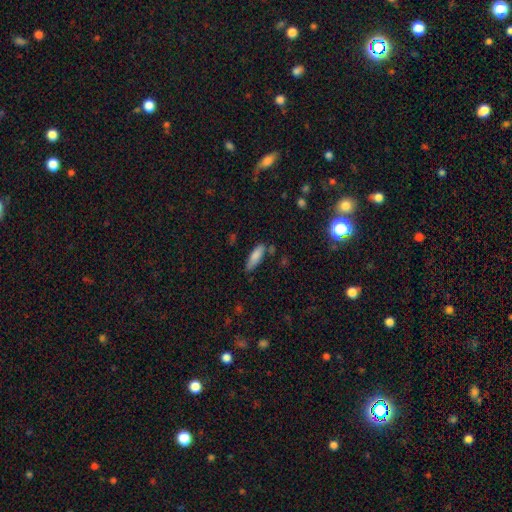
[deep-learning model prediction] smooth_or_featured: smooth (p=0.82) [alt: featured or disk p=0.11]
how_rounded: cigar-shaped (p=0.52) [alt: in between p=0.46]
merging: none (p=0.72) [alt: minor disturbance p=0.19]